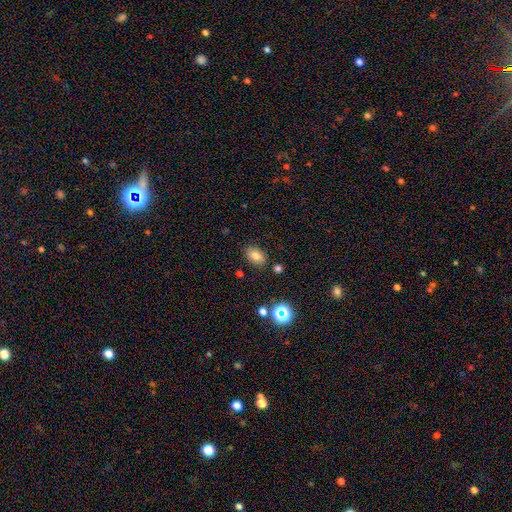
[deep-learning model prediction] The model was most divided on "smooth or featured": smooth: 76%, star or artifact: 13%, featured or disk: 11%. More confident: how rounded — in between (84%); merging — none (82%).